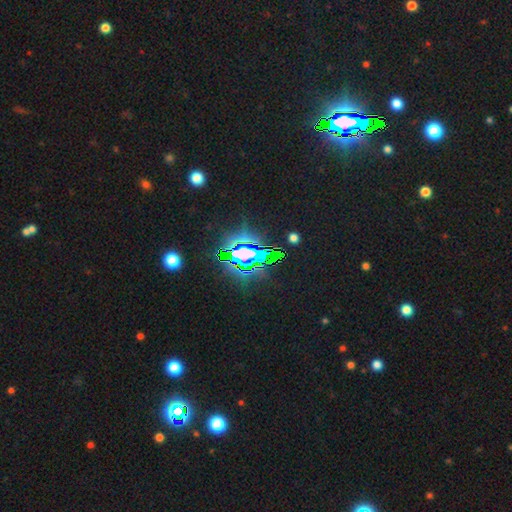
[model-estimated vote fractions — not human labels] Smooth or featured? Predicted: star or artifact (p=0.78).